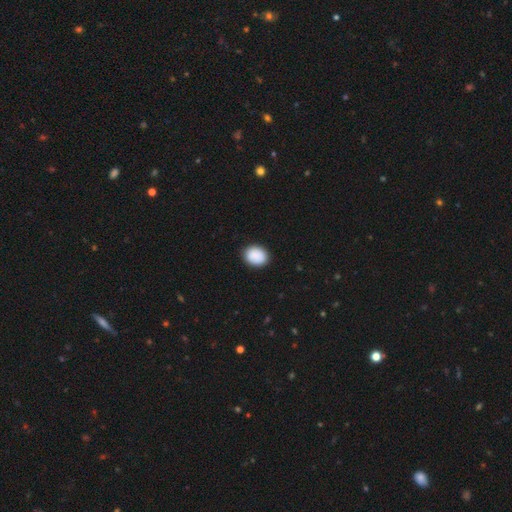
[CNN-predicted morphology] Smooth or featured? Predicted: smooth (p=0.90). How rounded? Predicted: in between (p=0.52). Merging? Predicted: none (p=0.89).